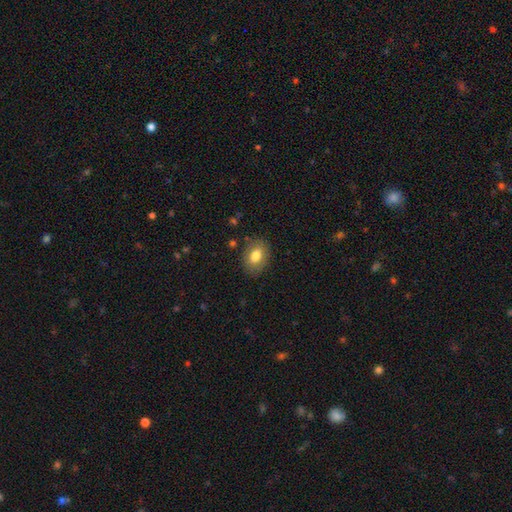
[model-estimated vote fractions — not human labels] Morphology: type=smooth (78%); roundness=in between (77%); merging=none (84%).